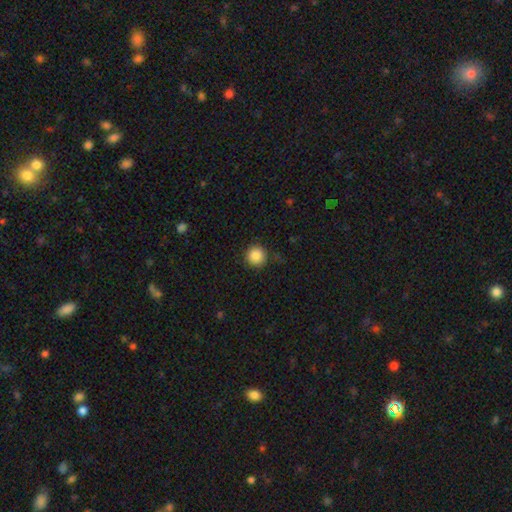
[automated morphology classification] Smooth or featured: smooth — 87% (star or artifact — 9%)
How rounded: round — 95% (in between — 4%)
Merging: none — 87% (minor disturbance — 9%)